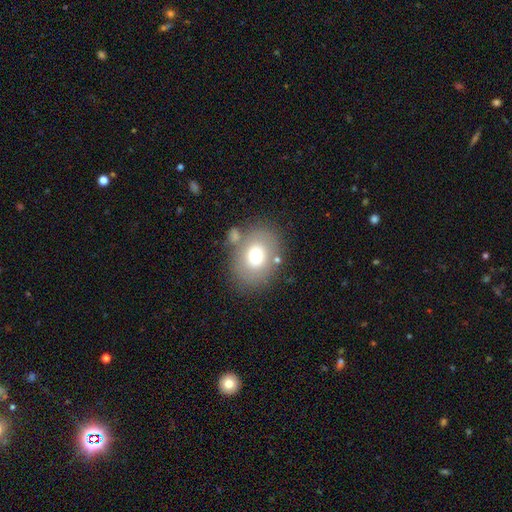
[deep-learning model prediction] smooth_or_featured: smooth (p=0.66) [alt: featured or disk p=0.25]
how_rounded: in between (p=0.54) [alt: round p=0.45]
merging: none (p=0.71) [alt: minor disturbance p=0.13]